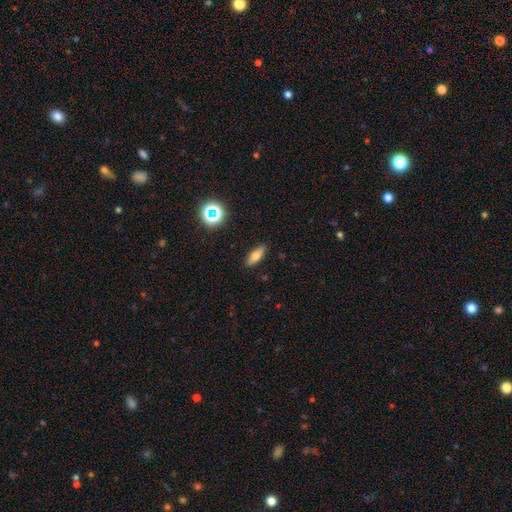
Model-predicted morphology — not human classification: The model was most divided on "how rounded": in between: 61%, cigar-shaped: 35%, round: 4%. More confident: merging — none (89%); smooth or featured — smooth (69%).